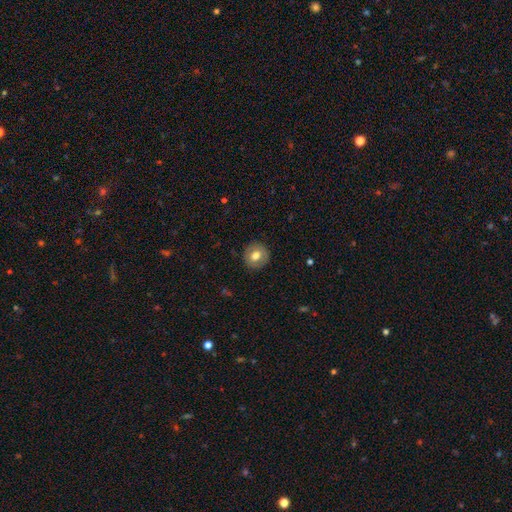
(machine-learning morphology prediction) A smooth galaxy with no disk features (71%) that is round (92%). Merging: none (90%).